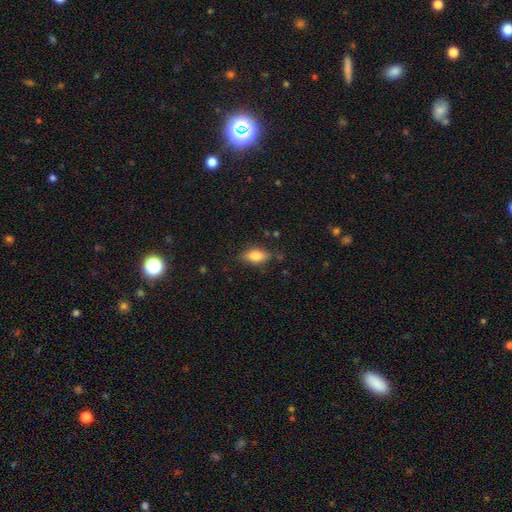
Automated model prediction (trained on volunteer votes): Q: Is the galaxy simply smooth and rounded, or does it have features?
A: smooth — 79%.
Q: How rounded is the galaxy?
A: in between — 84%.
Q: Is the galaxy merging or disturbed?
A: none — 78%.